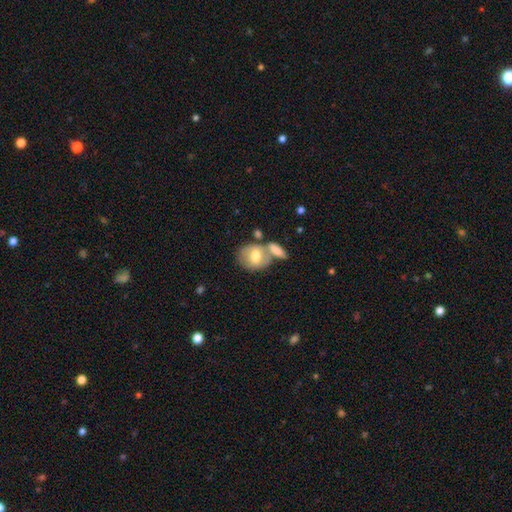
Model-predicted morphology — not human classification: smooth_or_featured: smooth (p=0.65) [alt: featured or disk p=0.29]
how_rounded: in between (p=0.53) [alt: round p=0.45]
merging: merger (p=0.42) [alt: none p=0.39]